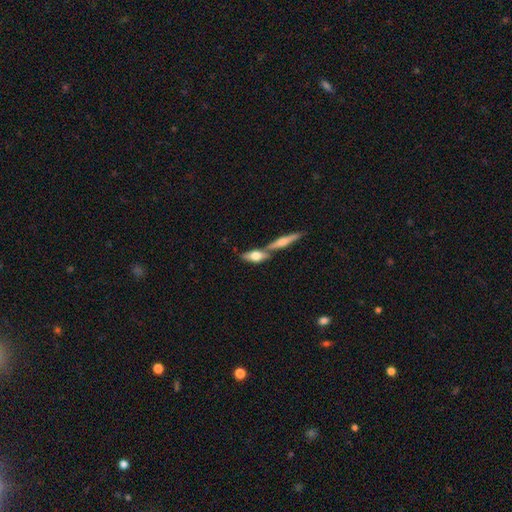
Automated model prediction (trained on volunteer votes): Overall: smooth (55%; featured or disk 38%). How rounded: in between (60%; cigar-shaped 34%). Merging: none (51%; merger 35%).